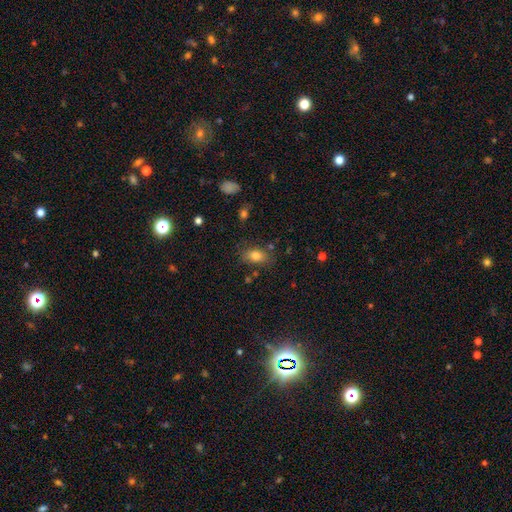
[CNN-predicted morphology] type=smooth (80%); roundness=in between (83%); merging=none (76%).